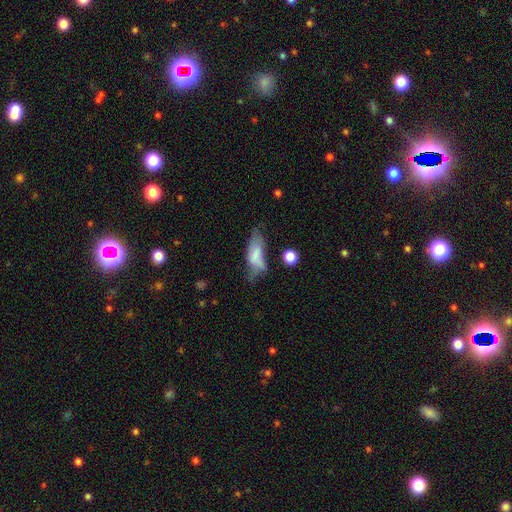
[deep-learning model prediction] A smooth galaxy with no disk features (59%) that is in between round and cigar-shaped (72%).

Vote fractions:
- Smooth or featured? smooth: 59% / featured or disk: 32% / star or artifact: 10%
- How rounded? in between: 72% / cigar-shaped: 25% / round: 3%
- Merging? none: 34% / minor disturbance: 31% / major disturbance: 27% / merger: 8%